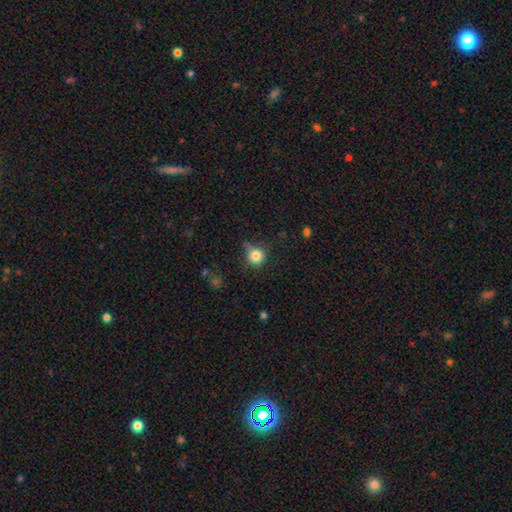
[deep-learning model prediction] A smooth galaxy with no disk features (81%) that is round (90%). Merging: none (65%).